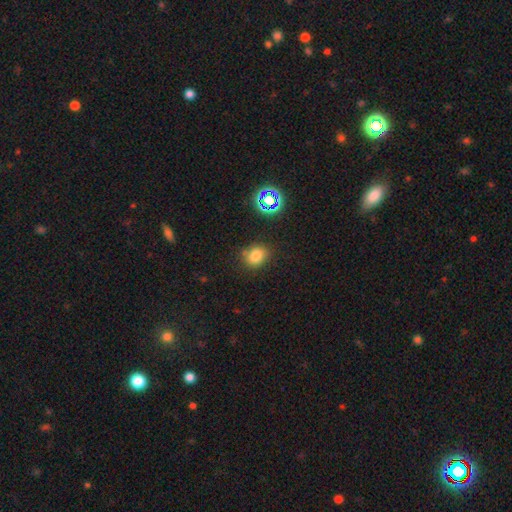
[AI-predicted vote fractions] smooth-or-featured: smooth: 75% | star or artifact: 18% | featured or disk: 8%
  how-rounded: round: 61% | in between: 38% | cigar-shaped: 1%
  merging: none: 76% | minor disturbance: 16% | merger: 4% | major disturbance: 4%